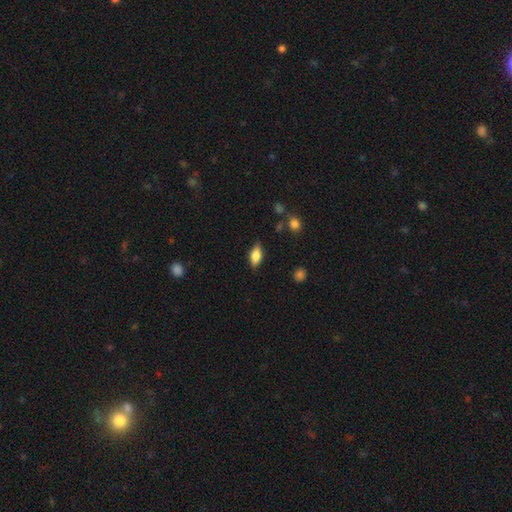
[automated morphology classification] A smooth galaxy with no disk features (72%) that is in between round and cigar-shaped (85%). Merging: none (82%).